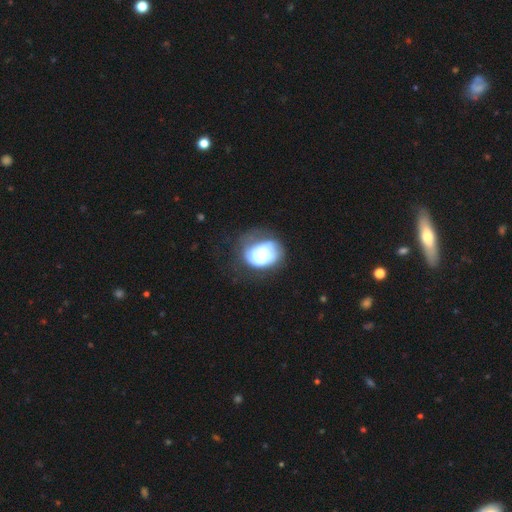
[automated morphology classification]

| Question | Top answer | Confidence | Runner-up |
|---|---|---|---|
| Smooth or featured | smooth | 50% | featured or disk (41%) |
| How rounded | in between | 59% | round (40%) |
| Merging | none | 34% | minor disturbance (31%) |